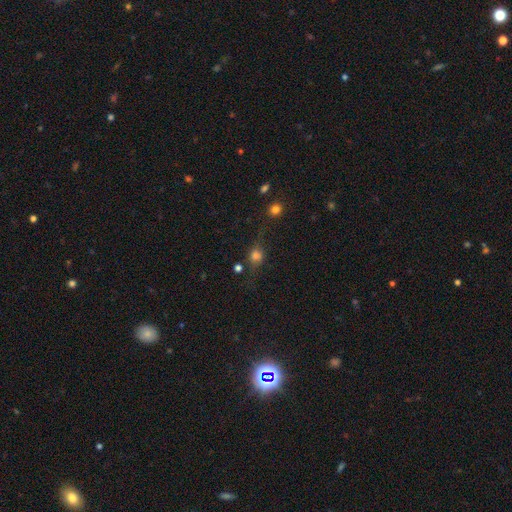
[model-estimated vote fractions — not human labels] This appears to be a smooth galaxy with no disk features (60%) that is round (65%). Merging: none (63%).